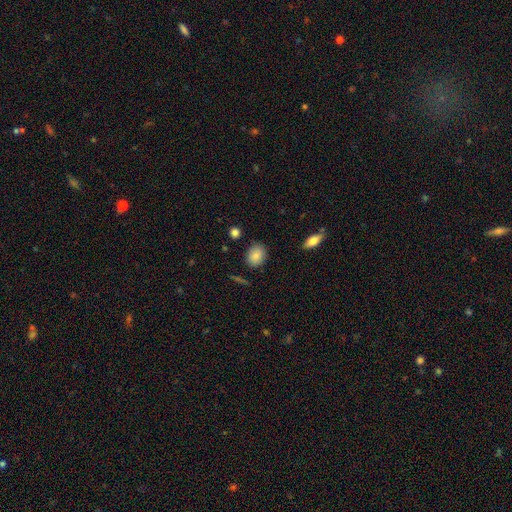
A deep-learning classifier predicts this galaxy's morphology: A smooth galaxy with no disk features (84%) that is round (53%).

Vote fractions:
- Smooth or featured? smooth: 84% / star or artifact: 8% / featured or disk: 7%
- How rounded? round: 53% / in between: 45% / cigar-shaped: 1%
- Merging? none: 84% / minor disturbance: 11% / major disturbance: 3% / merger: 2%